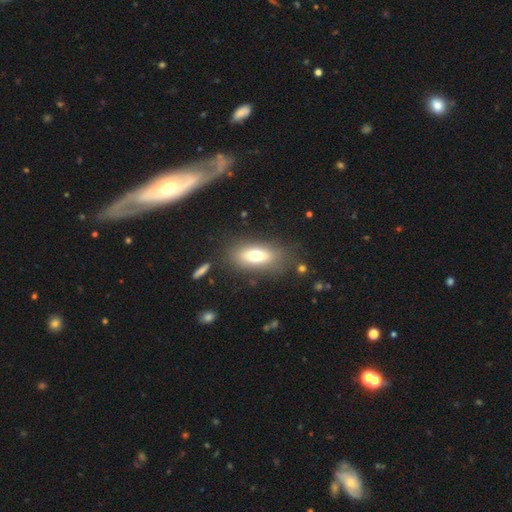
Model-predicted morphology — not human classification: Q: Smooth or featured?
A: smooth (69%); runner-up: featured or disk (21%)
Q: How rounded?
A: in between (79%); runner-up: cigar-shaped (15%)
Q: Merging?
A: none (79%); runner-up: minor disturbance (12%)